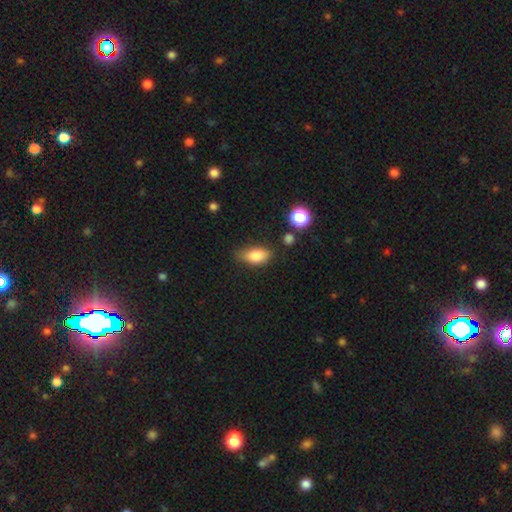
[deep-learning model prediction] Smooth or featured? smooth (81%)
How rounded? in between (86%)
Merging? none (67%)